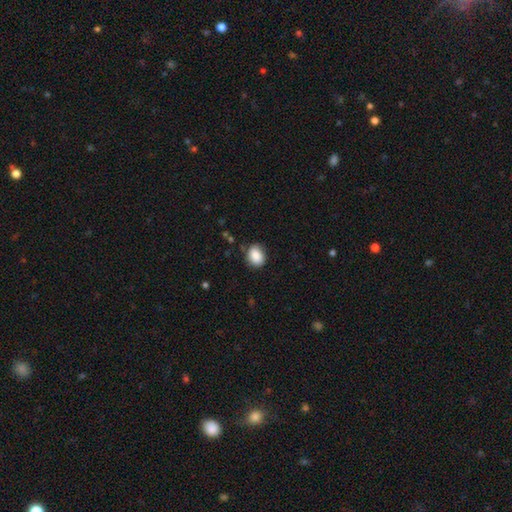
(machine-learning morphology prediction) The model was most divided on "how rounded": in between: 55%, round: 44%, cigar-shaped: 1%. More confident: smooth or featured — smooth (87%); merging — none (77%).